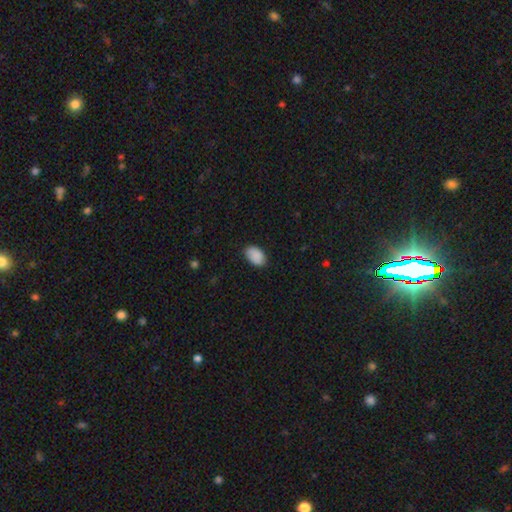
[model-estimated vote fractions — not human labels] Morphology: type=smooth (90%); roundness=in between (91%); merging=none (84%).